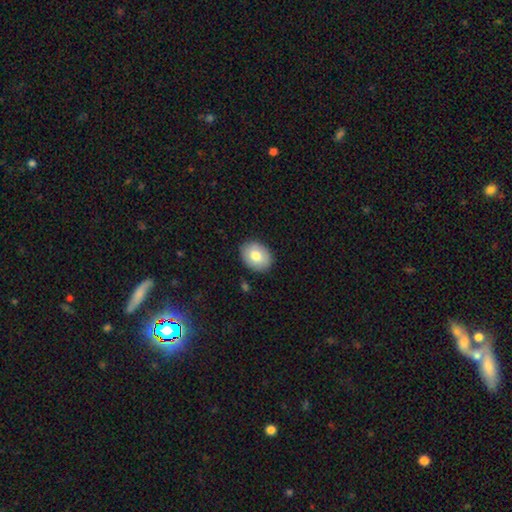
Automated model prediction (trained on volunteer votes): smooth_or_featured: smooth (p=0.77) [alt: featured or disk p=0.16]
how_rounded: in between (p=0.65) [alt: round p=0.34]
merging: none (p=0.87) [alt: minor disturbance p=0.09]